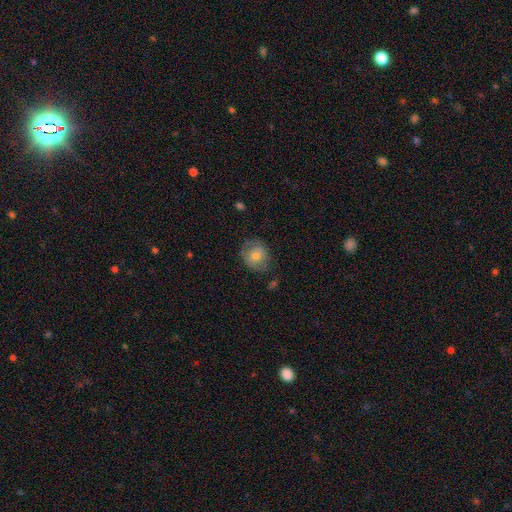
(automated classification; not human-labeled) This is likely a smooth galaxy (63%). How rounded: likely round (74%). Merging: likely none (67%).